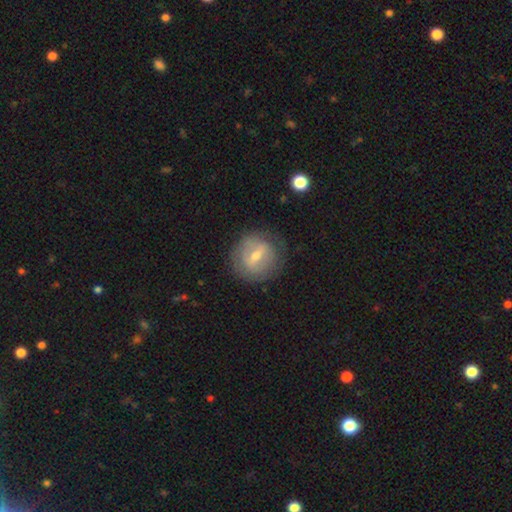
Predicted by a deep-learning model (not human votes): Smooth or featured?
  - featured or disk: 59% *
  - smooth: 34%
  - star or artifact: 7%
Edge-on disk?
  - no: 93% *
  - yes: 7%
Bar?
  - weak: 51% *
  - strong: 34%
  - no: 15%
Spiral arms?
  - no: 55% *
  - yes: 45%
Bulge size?
  - moderate: 53% *
  - small: 42%
  - large: 3%
  - none: 2%
  - dominant: 1%
Merging?
  - none: 76% *
  - minor disturbance: 16%
  - major disturbance: 7%
  - merger: 1%